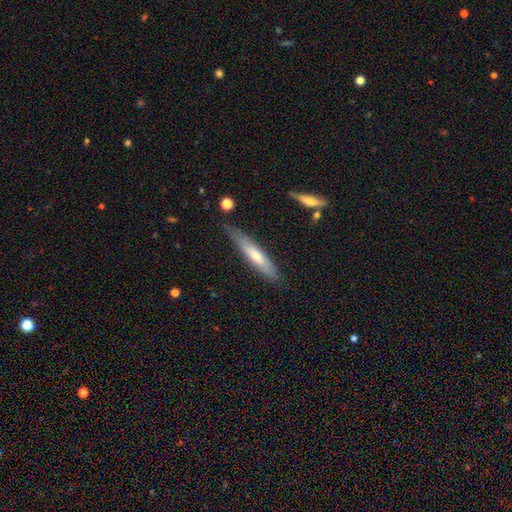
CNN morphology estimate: Overall: smooth (54%; featured or disk 40%). How rounded: cigar-shaped (88%). Merging: none (78%).